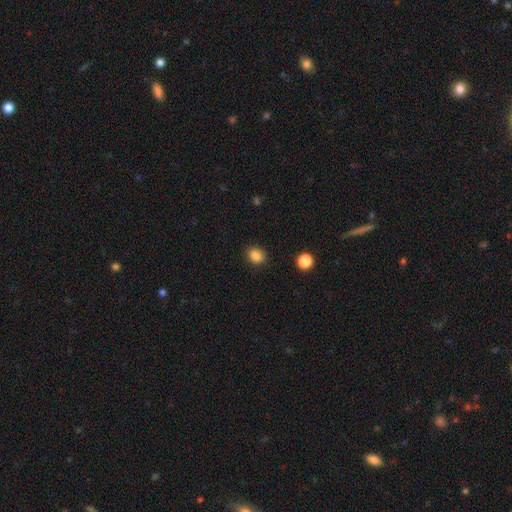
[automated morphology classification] A smooth galaxy with no disk features (86%) that is round (50%).

Vote fractions:
- Smooth or featured? smooth: 86% / star or artifact: 11% / featured or disk: 3%
- How rounded? round: 50% / in between: 49% / cigar-shaped: 1%
- Merging? none: 87% / minor disturbance: 9% / major disturbance: 3% / merger: 1%